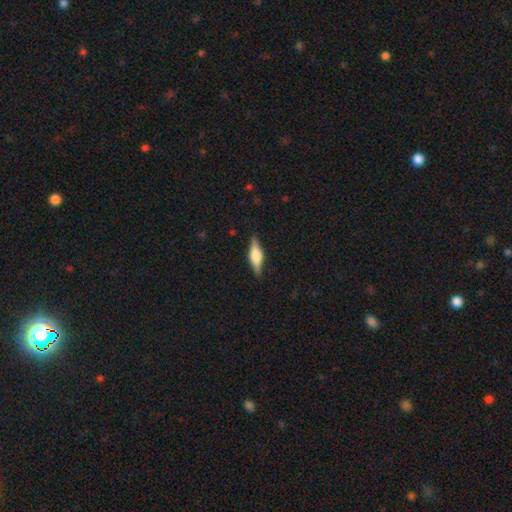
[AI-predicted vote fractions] Smooth or featured: featured or disk — 56% (smooth — 37%)
Edge-on disk: yes — 96% (no — 4%)
Edge-on bulge: rounded — 85% (boxy — 13%)
Merging: none — 88% (minor disturbance — 9%)